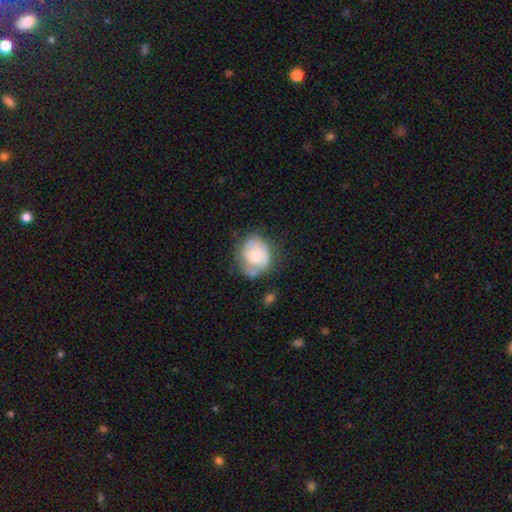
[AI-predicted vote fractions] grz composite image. It shows a smooth galaxy with no disk features (58%) that is round (70%). Merging: none (51%).